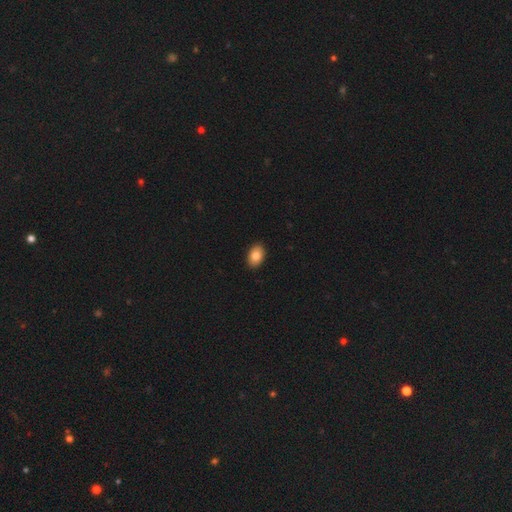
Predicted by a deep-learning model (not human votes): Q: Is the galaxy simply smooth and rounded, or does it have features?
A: smooth — 83%.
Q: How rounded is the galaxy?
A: in between — 88%.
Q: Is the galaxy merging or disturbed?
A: none — 91%.